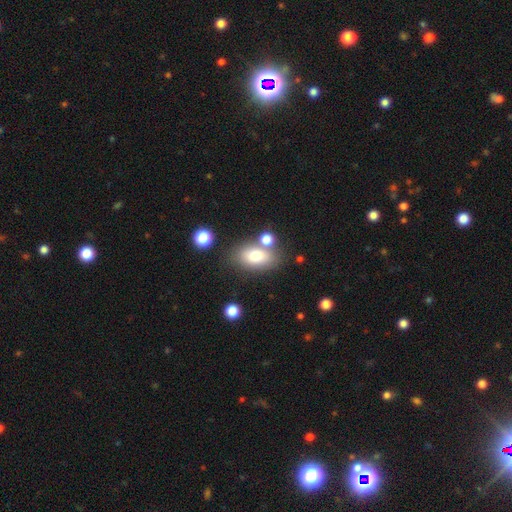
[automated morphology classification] Overall: smooth (75%). How rounded: in between (85%). Merging: none (64%).